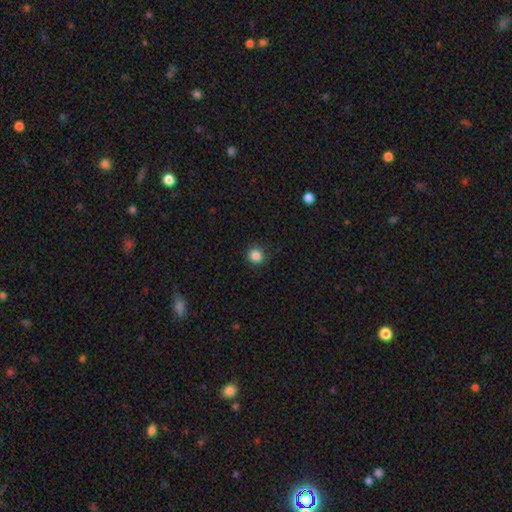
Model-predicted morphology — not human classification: type=smooth (86%); roundness=round (93%); merging=none (88%).